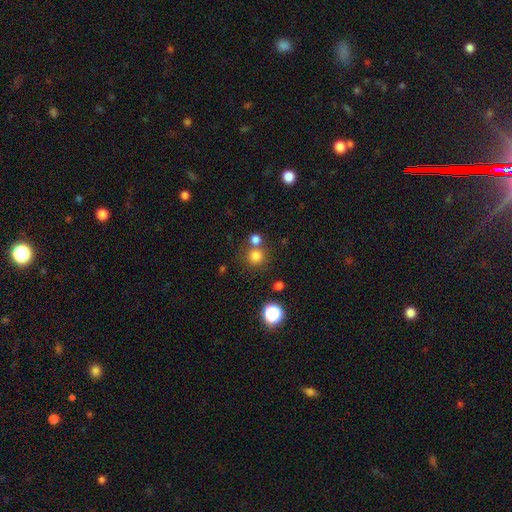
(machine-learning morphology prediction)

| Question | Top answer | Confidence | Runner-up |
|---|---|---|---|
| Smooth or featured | smooth | 77% | star or artifact (16%) |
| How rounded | round | 92% | in between (7%) |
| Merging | none | 64% | merger (24%) |